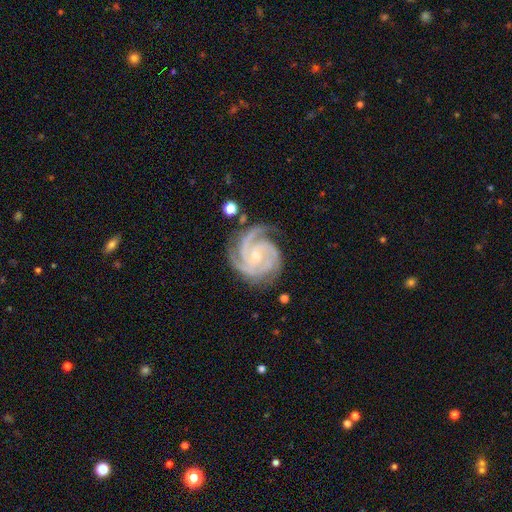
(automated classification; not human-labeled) Morphology: type=featured or disk (93%); edge-on=no (98%); bar=no (65%); spiral arms=yes (99%); winding=tight (72%); arm count=3 (62%); bulge=small (64%); merging=none (76%).